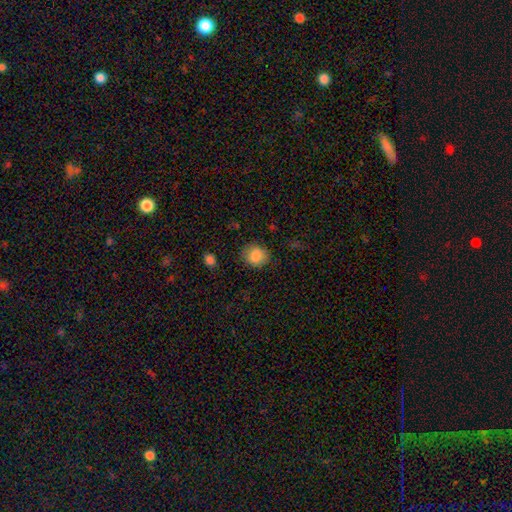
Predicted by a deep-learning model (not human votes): Overall: smooth (86%). How rounded: round (73%). Merging: none (83%).